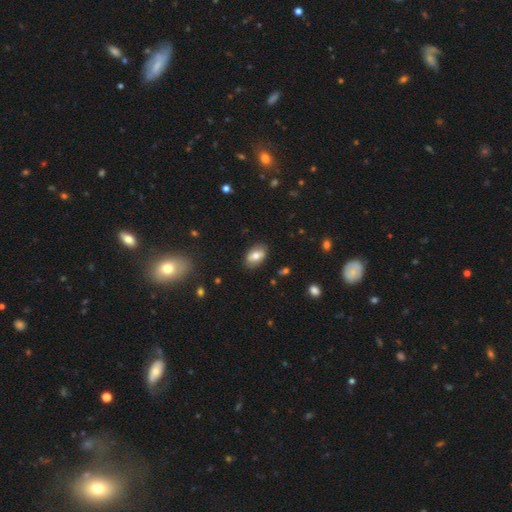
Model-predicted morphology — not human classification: The model was most divided on "smooth or featured": smooth: 68%, featured or disk: 24%, star or artifact: 8%. More confident: how rounded — in between (89%); merging — none (84%).